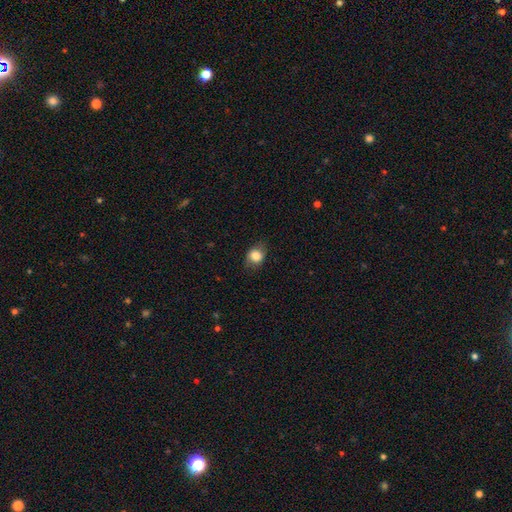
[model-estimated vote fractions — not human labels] A smooth galaxy with no disk features (79%) that is in between round and cigar-shaped (50%). Merging: none (76%).